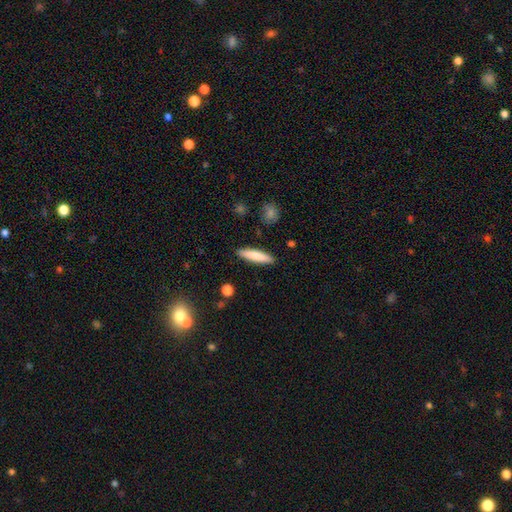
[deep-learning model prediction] Smooth or featured?
  - smooth: 79% *
  - featured or disk: 15%
  - star or artifact: 6%
How rounded?
  - cigar-shaped: 81% *
  - in between: 18%
  - round: 1%
Merging?
  - none: 89% *
  - minor disturbance: 7%
  - major disturbance: 2%
  - merger: 2%